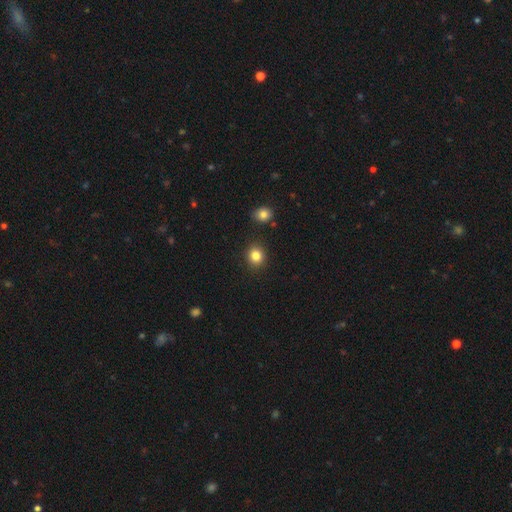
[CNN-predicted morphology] smooth 84%, star or artifact 11%, featured or disk 5%. Down the decision tree: how rounded — round (80%); merging — none (89%).